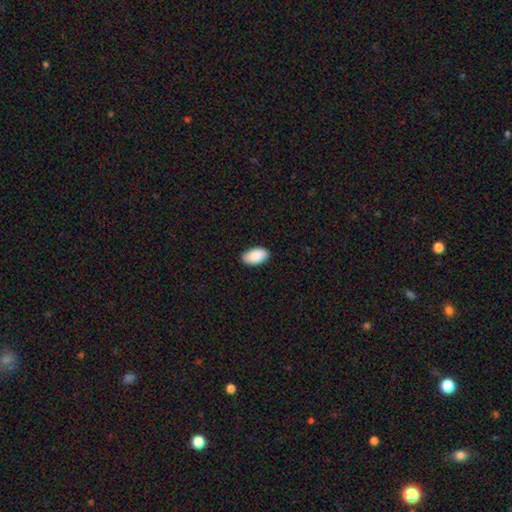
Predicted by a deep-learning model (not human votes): smooth_or_featured: smooth (p=0.90) [alt: star or artifact p=0.06]
how_rounded: in between (p=0.95) [alt: round p=0.03]
merging: none (p=0.89) [alt: minor disturbance p=0.09]